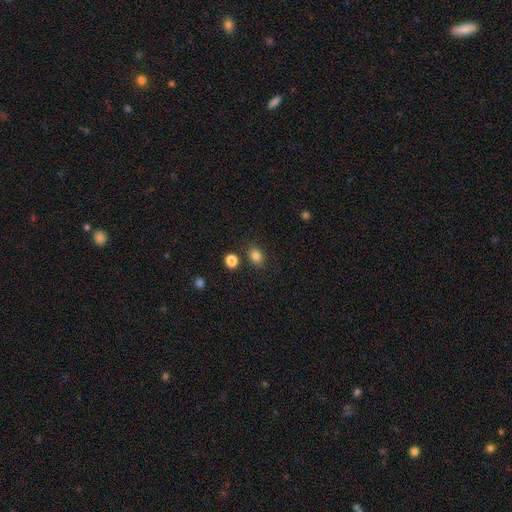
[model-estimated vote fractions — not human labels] Smooth or featured?
  - smooth: 82% *
  - star or artifact: 12%
  - featured or disk: 6%
How rounded?
  - in between: 57% *
  - round: 42%
  - cigar-shaped: 1%
Merging?
  - none: 81% *
  - minor disturbance: 11%
  - merger: 5%
  - major disturbance: 3%